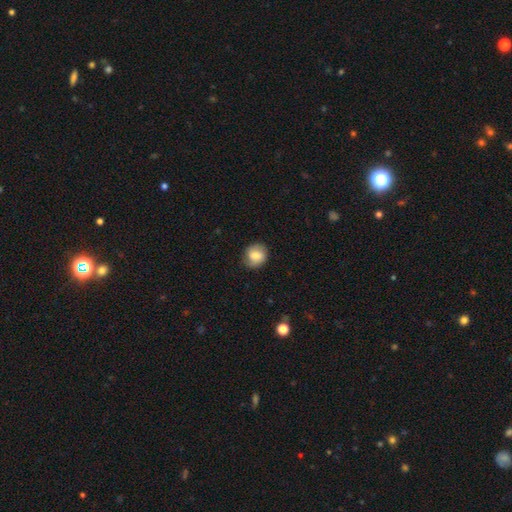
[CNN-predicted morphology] Smooth or featured? Predicted: smooth (p=0.74). How rounded? Predicted: round (p=0.77). Merging? Predicted: none (p=0.79).